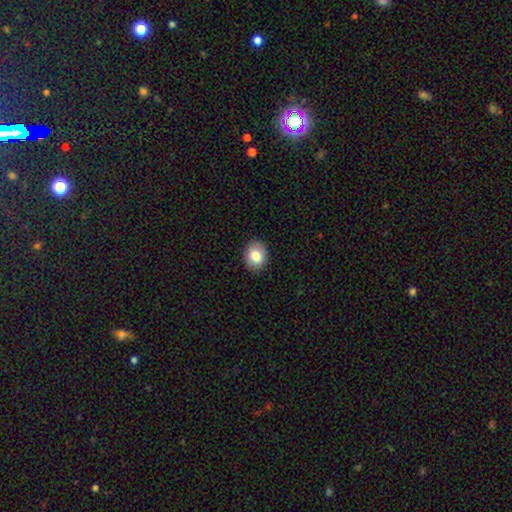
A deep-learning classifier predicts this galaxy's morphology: This is clearly a smooth galaxy (80%). How rounded: possibly in between (52%). Merging: clearly none (89%).